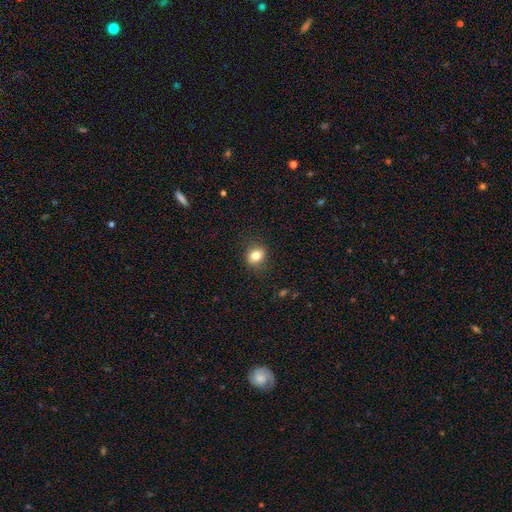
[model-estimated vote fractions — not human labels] Q: Smooth or featured?
A: smooth (81%); runner-up: star or artifact (11%)
Q: How rounded?
A: round (60%); runner-up: in between (39%)
Q: Merging?
A: none (86%); runner-up: minor disturbance (10%)